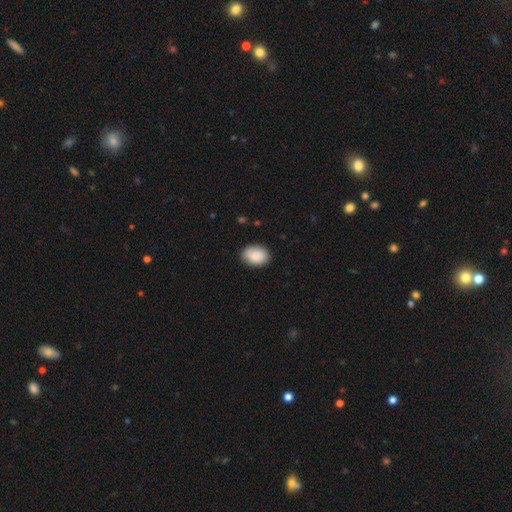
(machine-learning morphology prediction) smooth-or-featured: smooth: 88% | star or artifact: 6% | featured or disk: 6%
  how-rounded: in between: 78% | round: 21% | cigar-shaped: 1%
  merging: none: 85% | minor disturbance: 12% | major disturbance: 2% | merger: 1%